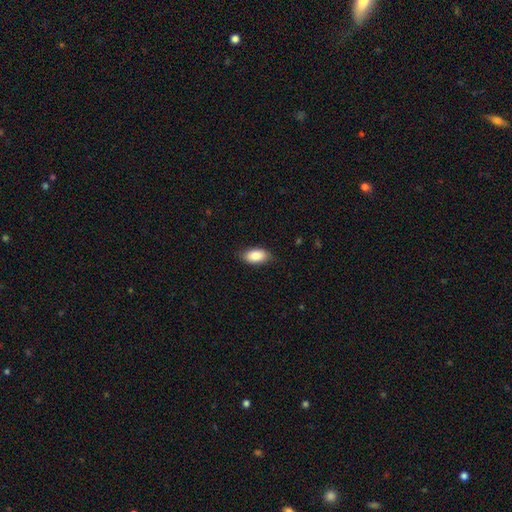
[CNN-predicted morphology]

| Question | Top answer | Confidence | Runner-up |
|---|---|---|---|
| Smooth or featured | smooth | 87% | star or artifact (6%) |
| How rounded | in between | 93% | round (4%) |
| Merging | none | 82% | minor disturbance (15%) |